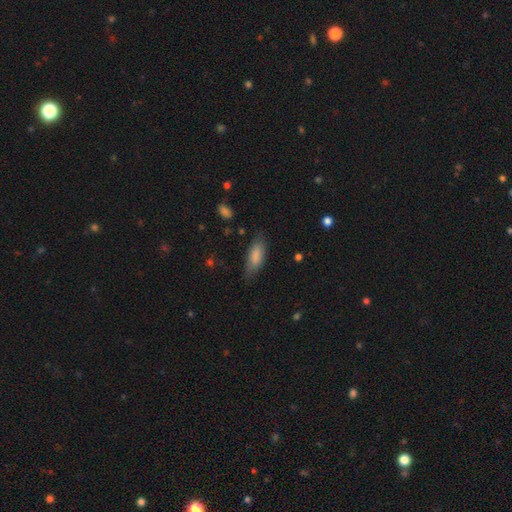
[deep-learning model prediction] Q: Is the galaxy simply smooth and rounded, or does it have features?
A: smooth — 83%.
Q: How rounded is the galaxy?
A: in between — 71%.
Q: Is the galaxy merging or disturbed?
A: none — 70%.